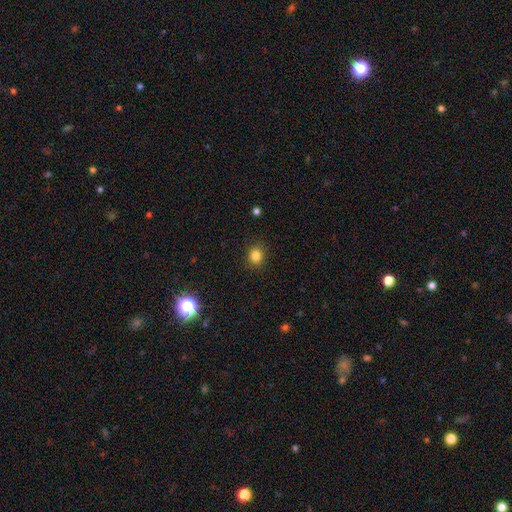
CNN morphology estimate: Overall: smooth (82%). How rounded: round (80%). Merging: none (90%).